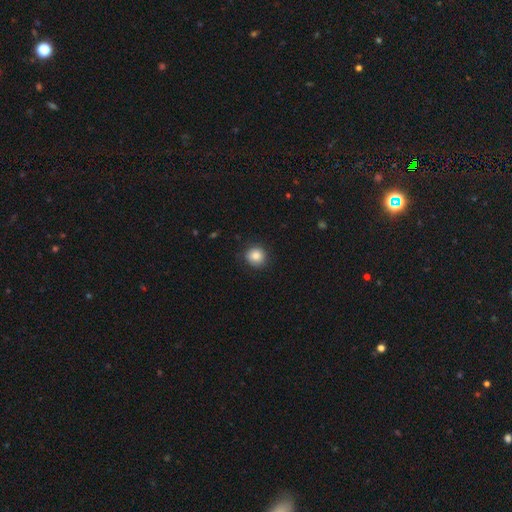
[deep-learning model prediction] smooth 85%, star or artifact 9%, featured or disk 6%. Down the decision tree: how rounded — round (90%); merging — none (85%).